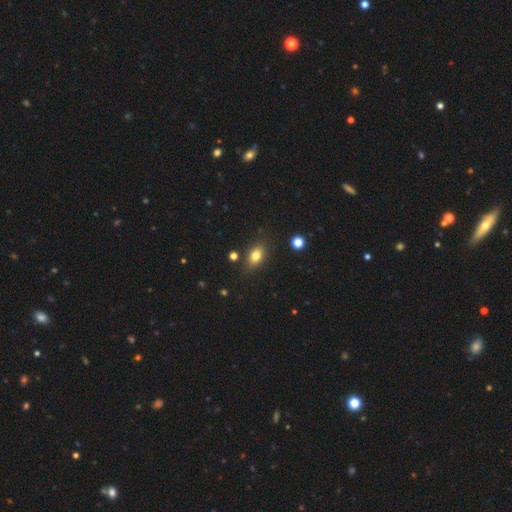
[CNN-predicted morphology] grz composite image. It shows a smooth galaxy with no disk features (78%) that is in between round and cigar-shaped (80%). Merging: none (80%).